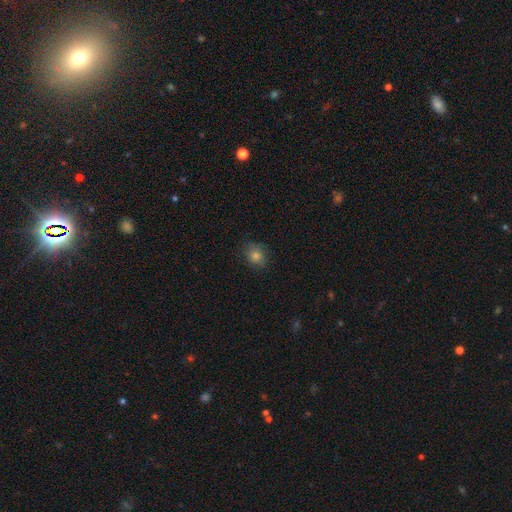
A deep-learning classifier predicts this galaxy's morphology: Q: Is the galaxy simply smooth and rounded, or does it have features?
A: smooth — 77%.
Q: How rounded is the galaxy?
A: round — 60%.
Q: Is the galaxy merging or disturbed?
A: none — 82%.